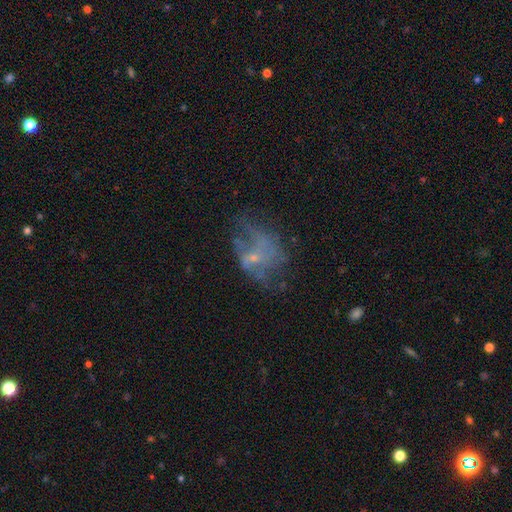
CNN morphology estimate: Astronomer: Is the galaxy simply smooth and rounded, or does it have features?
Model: featured or disk — 57%.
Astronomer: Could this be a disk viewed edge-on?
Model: no — 97%.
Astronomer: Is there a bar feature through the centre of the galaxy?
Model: no — 77%.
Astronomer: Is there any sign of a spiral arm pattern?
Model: no — 59% (runner-up: yes, 41%).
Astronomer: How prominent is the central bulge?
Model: small — 58%.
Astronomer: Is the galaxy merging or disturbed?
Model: none — 43% (runner-up: major disturbance, 31%).